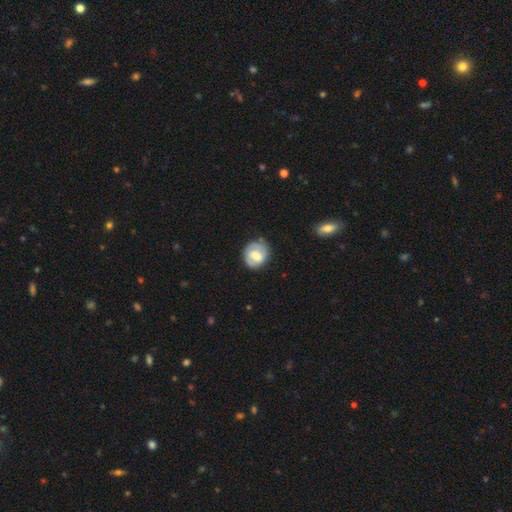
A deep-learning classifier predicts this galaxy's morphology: smooth_or_featured: featured or disk (p=0.53) [alt: smooth p=0.40]
disk_edge_on: no (p=0.97) [alt: yes p=0.03]
bar: weak (p=0.51) [alt: no p=0.27]
has_spiral_arms: yes (p=0.78) [alt: no p=0.22]
bulge_size: moderate (p=0.55) [alt: small p=0.23]
merging: none (p=0.70) [alt: minor disturbance p=0.21]